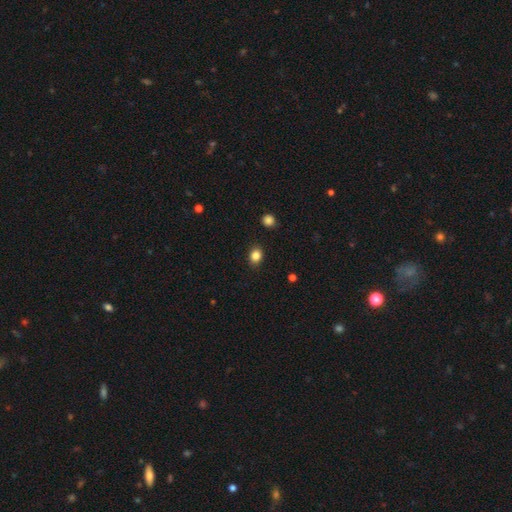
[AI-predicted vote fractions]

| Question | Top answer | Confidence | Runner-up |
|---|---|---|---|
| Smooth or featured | smooth | 84% | star or artifact (11%) |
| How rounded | round | 51% | in between (48%) |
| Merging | none | 88% | minor disturbance (9%) |